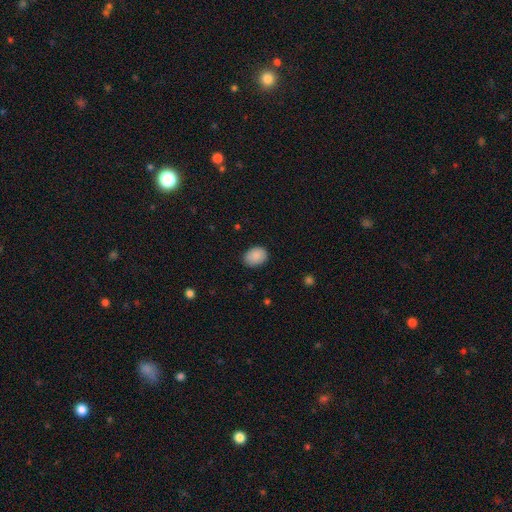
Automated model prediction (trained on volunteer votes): The model was most divided on "how rounded": in between: 70%, round: 29%, cigar-shaped: 1%. More confident: smooth or featured — smooth (89%); merging — none (85%).